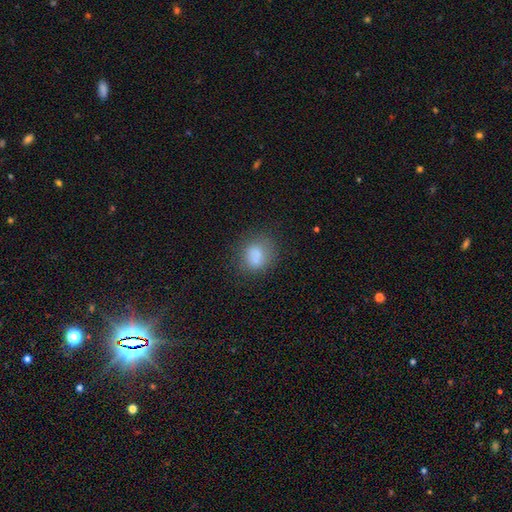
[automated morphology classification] A smooth galaxy with no disk features (77%) that is round (68%). Merging: none (66%).